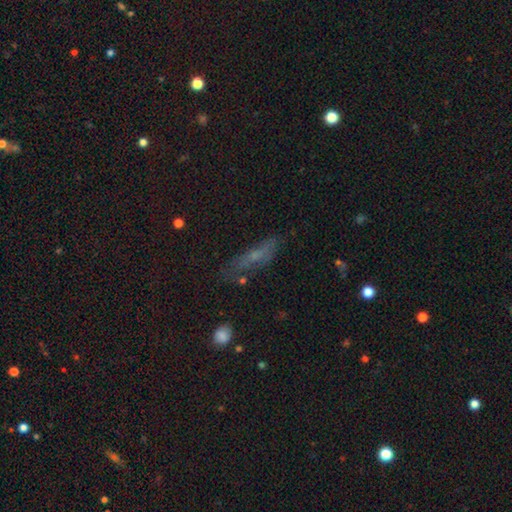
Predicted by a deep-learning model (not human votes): This appears to be a smooth galaxy with no disk features (45%). Merging: none (67%).